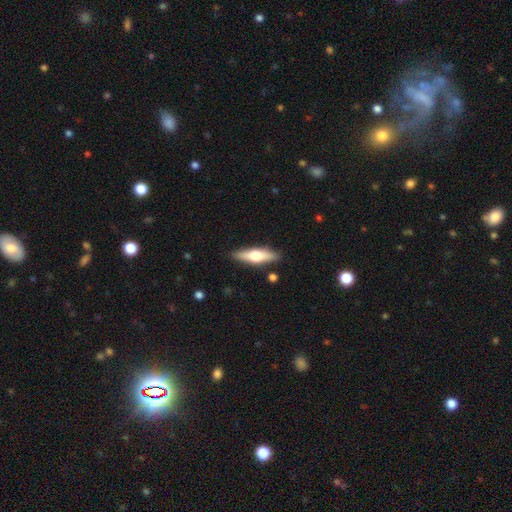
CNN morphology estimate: The model was most divided on "smooth or featured" (2-way tie): featured or disk: 47%, smooth: 47%, star or artifact: 6%. More confident: merging — none (87%).